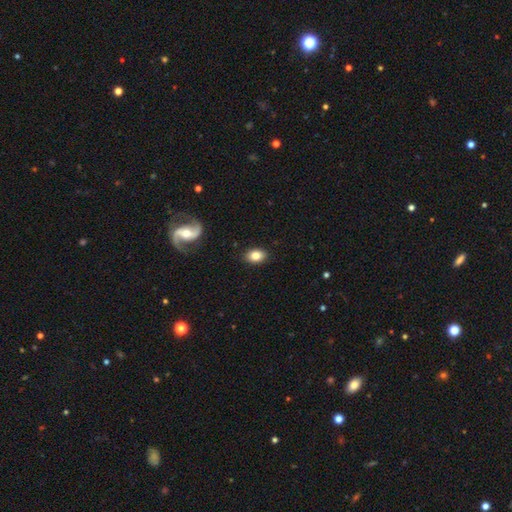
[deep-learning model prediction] Morphology: type=smooth (80%); roundness=in between (80%); merging=none (88%).